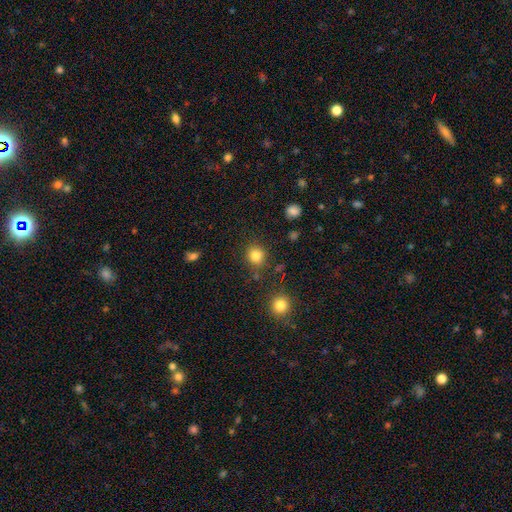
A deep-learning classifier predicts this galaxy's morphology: This is clearly a smooth galaxy (83%). How rounded: clearly round (85%). Merging: clearly none (82%).